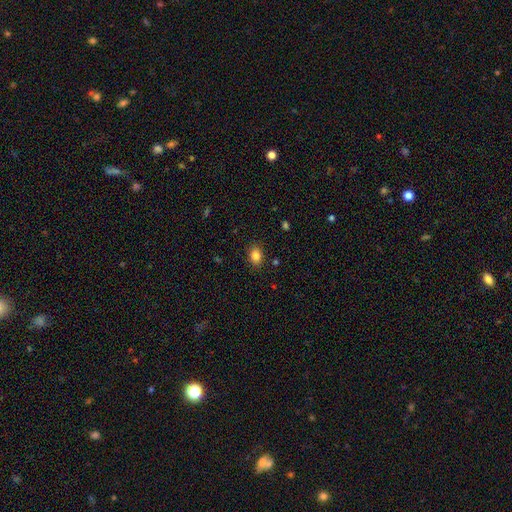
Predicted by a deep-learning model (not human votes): The model was most divided on "how rounded": in between: 68%, round: 30%, cigar-shaped: 1%. More confident: merging — none (87%); smooth or featured — smooth (85%).